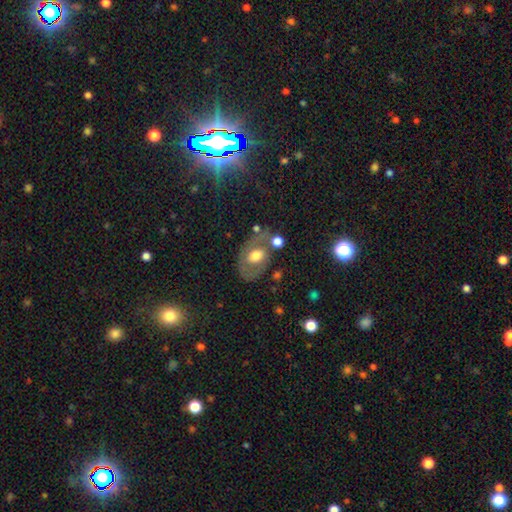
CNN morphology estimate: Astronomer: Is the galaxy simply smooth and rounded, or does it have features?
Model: featured or disk — 50% (runner-up: smooth, 41%).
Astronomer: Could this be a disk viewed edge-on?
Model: no — 94%.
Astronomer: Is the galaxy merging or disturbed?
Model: none — 54%.